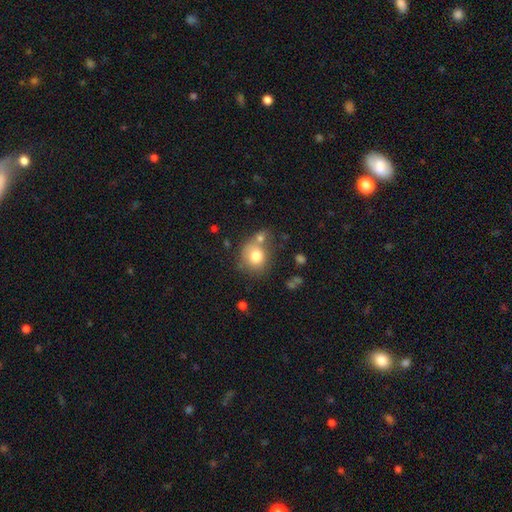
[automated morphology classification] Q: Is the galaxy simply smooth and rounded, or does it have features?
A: smooth — 77%.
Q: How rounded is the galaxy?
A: round — 79%.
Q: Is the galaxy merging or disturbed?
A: none — 52%.